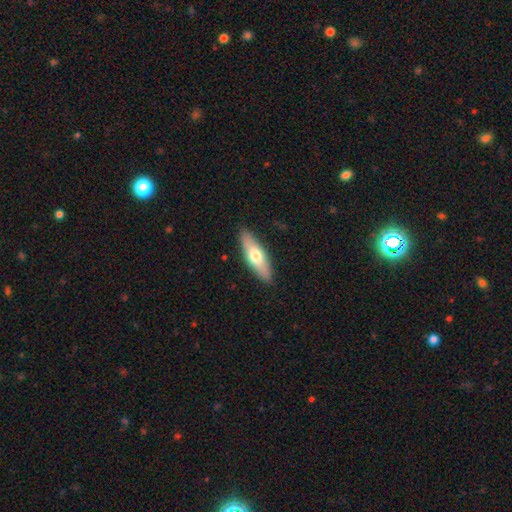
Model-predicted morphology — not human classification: smooth_or_featured: smooth (p=0.63) [alt: featured or disk p=0.32]
how_rounded: in between (p=0.49) [alt: cigar-shaped p=0.48]
merging: none (p=0.88) [alt: minor disturbance p=0.09]